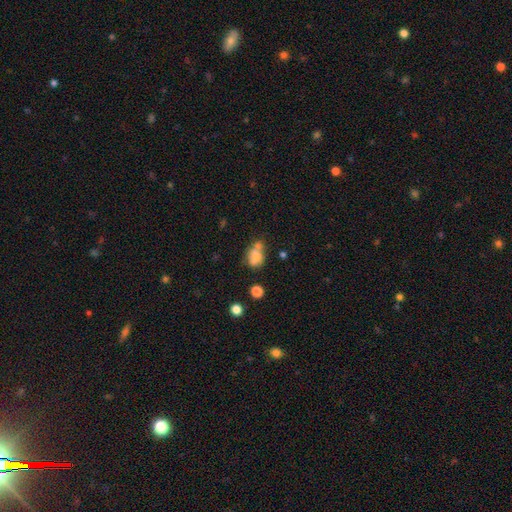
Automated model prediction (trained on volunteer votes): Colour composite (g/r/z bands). It shows a smooth galaxy with no disk features (64%) that is in between round and cigar-shaped (67%). Merging: merger (37%).